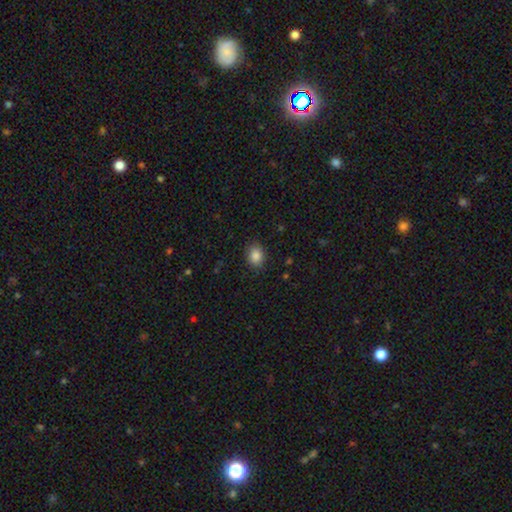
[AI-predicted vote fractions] Q: Smooth or featured?
A: smooth (87%); runner-up: star or artifact (9%)
Q: How rounded?
A: in between (60%); runner-up: round (39%)
Q: Merging?
A: none (87%); runner-up: minor disturbance (9%)